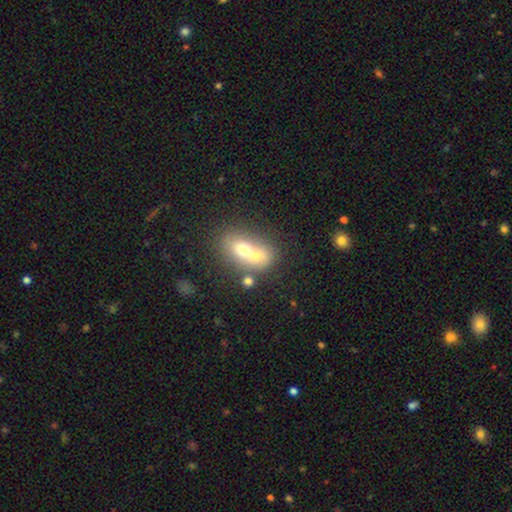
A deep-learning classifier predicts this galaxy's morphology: smooth_or_featured: smooth (p=0.64) [alt: featured or disk p=0.26]
how_rounded: in between (p=0.59) [alt: round p=0.40]
merging: merger (p=0.67) [alt: none p=0.22]